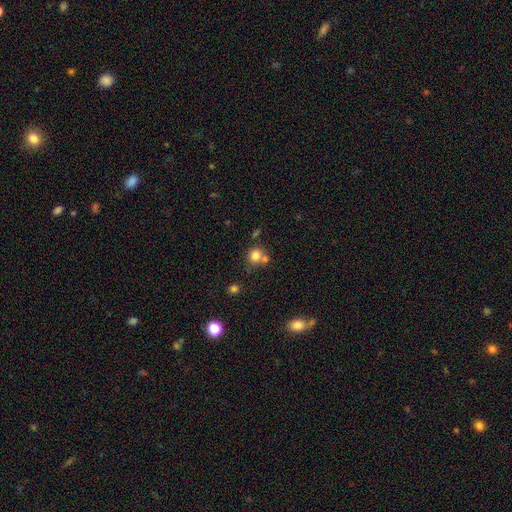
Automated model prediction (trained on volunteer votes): smooth 78%, star or artifact 12%, featured or disk 9%. Down the decision tree: how rounded — round (86%); merging — none (55%).